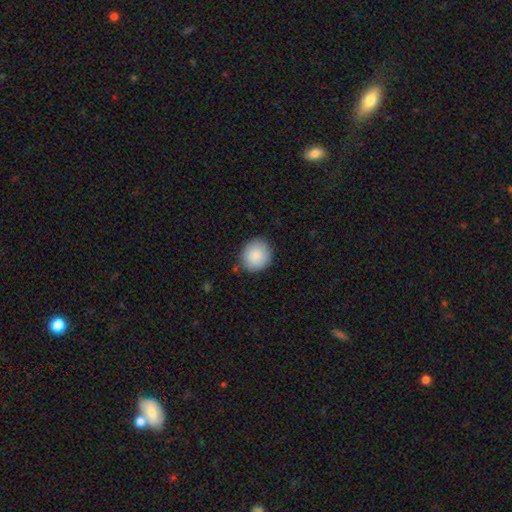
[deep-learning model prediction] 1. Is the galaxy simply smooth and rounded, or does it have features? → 88% smooth, 7% star or artifact, 6% featured or disk.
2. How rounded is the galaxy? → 86% round, 13% in between, 1% cigar-shaped.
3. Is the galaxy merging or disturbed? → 84% none, 11% minor disturbance, 2% major disturbance, 2% merger.